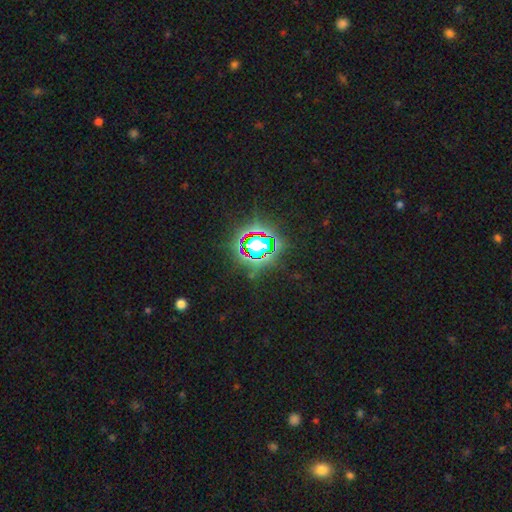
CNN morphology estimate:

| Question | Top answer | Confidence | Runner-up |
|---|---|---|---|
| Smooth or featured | star or artifact | 81% | smooth (11%) |